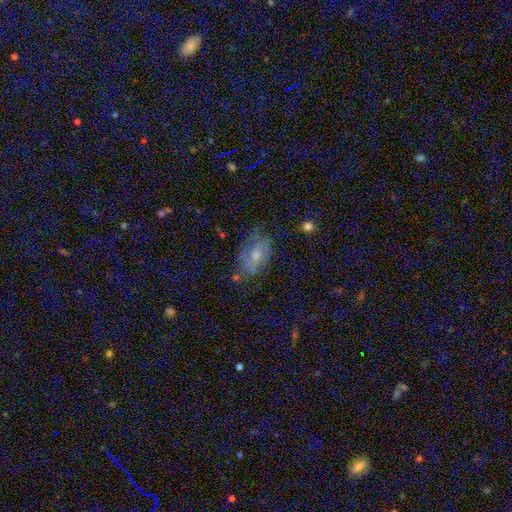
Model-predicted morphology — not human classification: Smooth or featured? Predicted: featured or disk (p=0.49). Merging? Predicted: none (p=0.59).